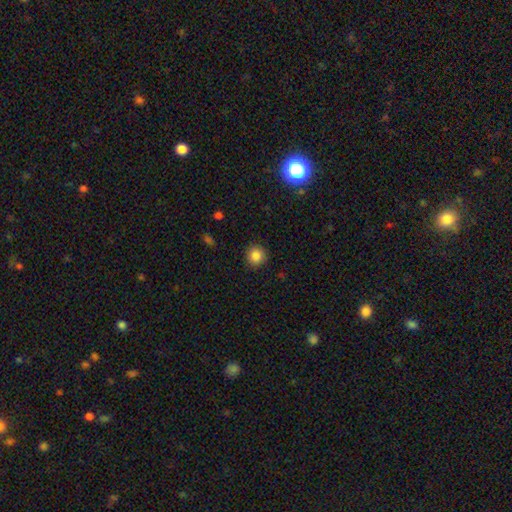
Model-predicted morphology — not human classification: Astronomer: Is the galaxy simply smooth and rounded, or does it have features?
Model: smooth — 85%.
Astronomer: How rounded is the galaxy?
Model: round — 94%.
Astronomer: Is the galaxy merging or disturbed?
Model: none — 91%.